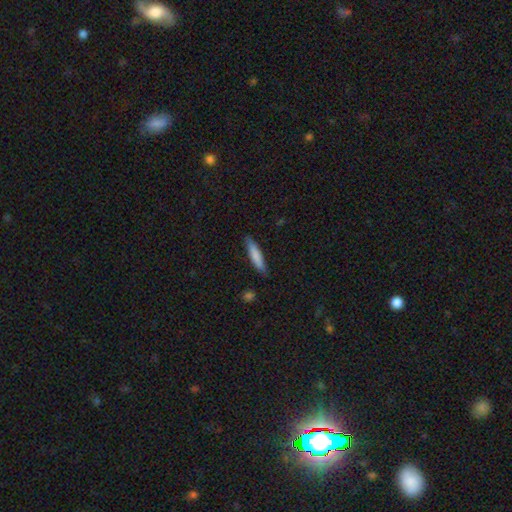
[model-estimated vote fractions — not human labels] Q: Smooth or featured?
A: smooth (79%); runner-up: featured or disk (15%)
Q: How rounded?
A: cigar-shaped (84%); runner-up: in between (15%)
Q: Merging?
A: none (85%); runner-up: minor disturbance (11%)